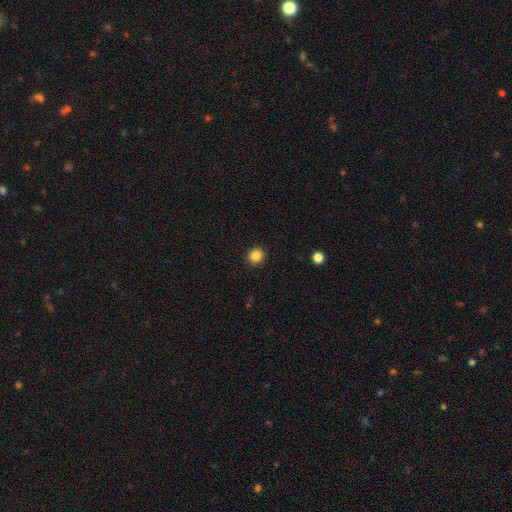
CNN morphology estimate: smooth-or-featured: smooth: 85% | star or artifact: 11% | featured or disk: 4%
  how-rounded: round: 95% | in between: 4% | cigar-shaped: 1%
  merging: none: 93% | minor disturbance: 4% | major disturbance: 1% | merger: 1%